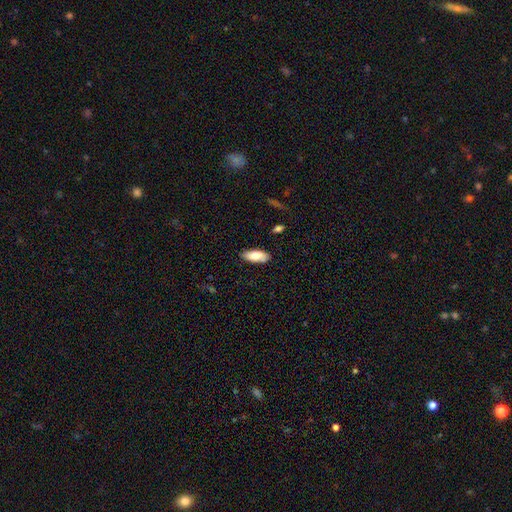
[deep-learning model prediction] smooth 77%, featured or disk 17%, star or artifact 6%. Down the decision tree: how rounded — in between (84%); merging — none (83%).